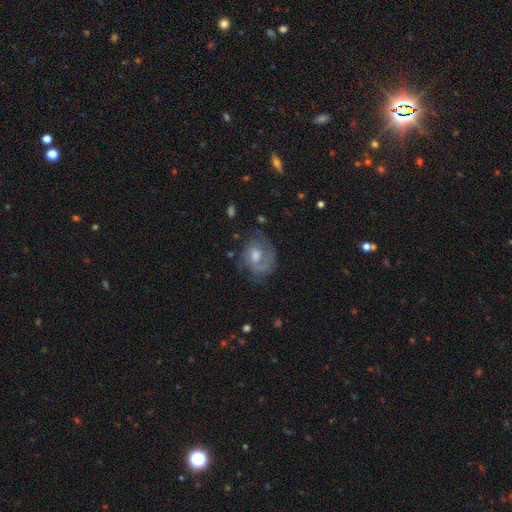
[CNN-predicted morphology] featured or disk 67%, smooth 23%, star or artifact 10%. Down the decision tree: edge-on disk — no (97%); bar — no (61%); spiral arms — yes (85%); spiral arm count — 1 (49%); spiral winding — tight (43%); bulge size — moderate (58%); merging — none (60%).